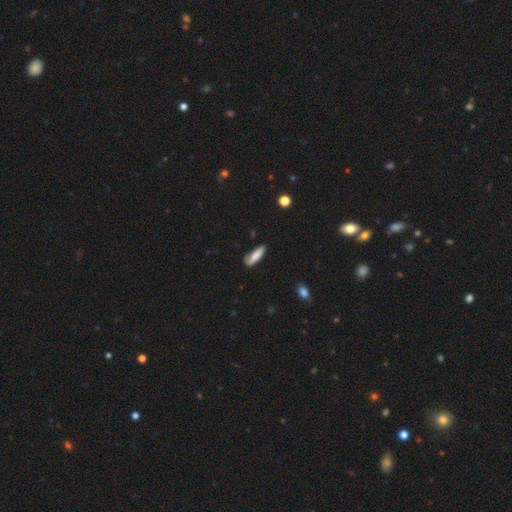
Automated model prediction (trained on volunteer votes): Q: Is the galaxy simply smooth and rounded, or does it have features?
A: smooth — 78%.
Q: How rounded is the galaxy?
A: cigar-shaped — 58%.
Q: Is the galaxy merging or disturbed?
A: none — 65%.